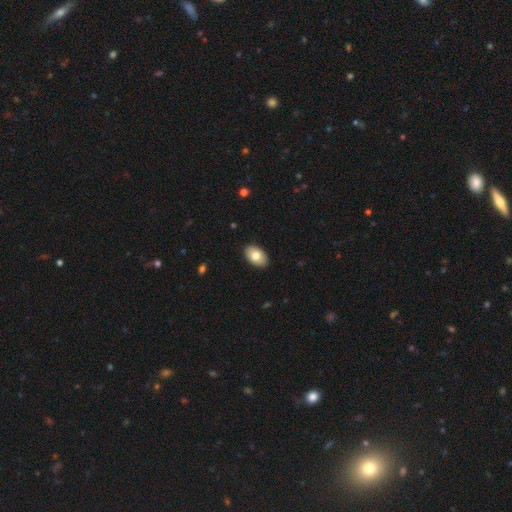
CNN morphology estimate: This appears to be a smooth galaxy with no disk features (79%) that is in between round and cigar-shaped (92%). Merging: none (90%).